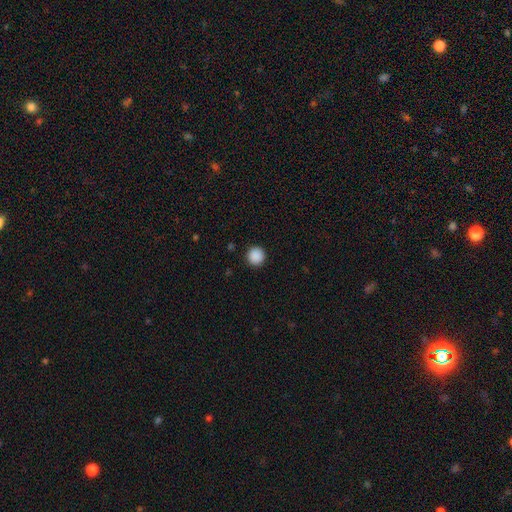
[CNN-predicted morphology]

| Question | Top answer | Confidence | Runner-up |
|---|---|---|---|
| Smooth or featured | smooth | 89% | star or artifact (9%) |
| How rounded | round | 95% | in between (4%) |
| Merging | none | 92% | minor disturbance (5%) |